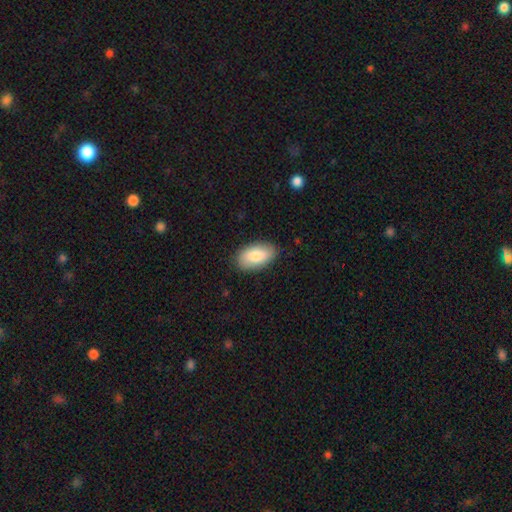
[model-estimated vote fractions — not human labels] This appears to be a smooth galaxy with no disk features (82%) that is in between round and cigar-shaped (94%). Merging: none (87%).